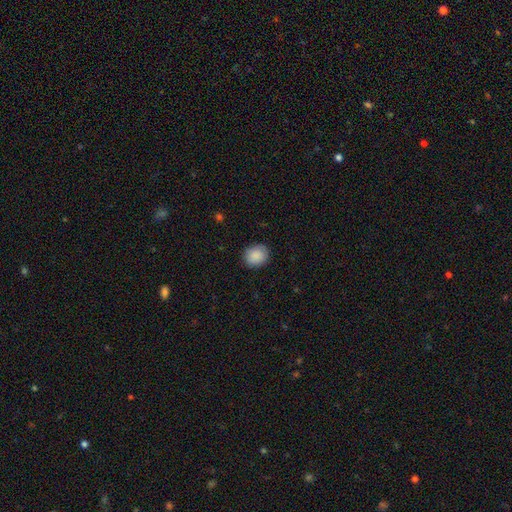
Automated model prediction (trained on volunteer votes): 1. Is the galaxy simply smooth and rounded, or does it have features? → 88% smooth, 7% star or artifact, 4% featured or disk.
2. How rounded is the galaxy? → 70% round, 29% in between, 1% cigar-shaped.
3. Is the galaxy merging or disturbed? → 86% none, 11% minor disturbance, 2% major disturbance, 1% merger.